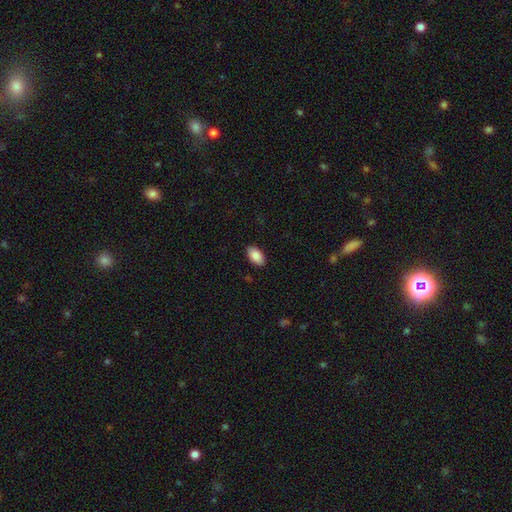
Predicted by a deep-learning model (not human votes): smooth_or_featured: smooth (p=0.88) [alt: star or artifact p=0.07]
how_rounded: in between (p=0.94) [alt: round p=0.03]
merging: none (p=0.88) [alt: minor disturbance p=0.09]